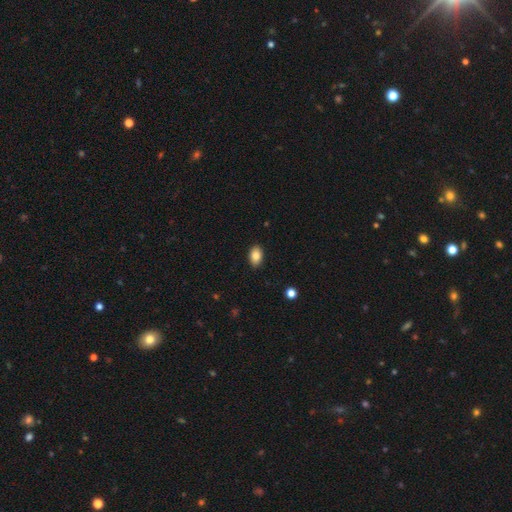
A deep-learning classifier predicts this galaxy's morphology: Smooth or featured?
  - smooth: 86% *
  - star or artifact: 8%
  - featured or disk: 6%
How rounded?
  - in between: 88% *
  - round: 11%
  - cigar-shaped: 1%
Merging?
  - none: 89% *
  - minor disturbance: 8%
  - major disturbance: 2%
  - merger: 1%